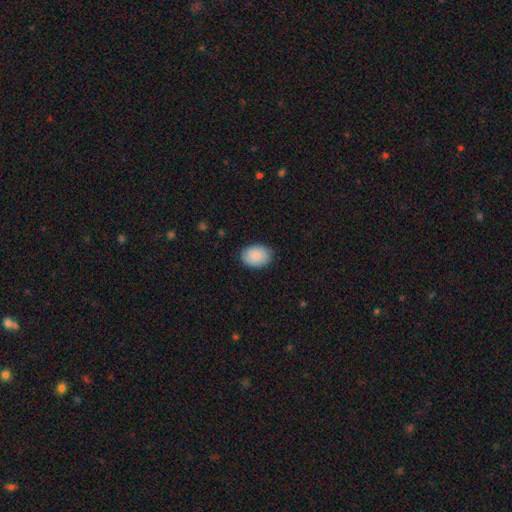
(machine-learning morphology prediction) Smooth or featured: smooth — 89% (star or artifact — 6%)
How rounded: in between — 75% (round — 24%)
Merging: none — 87% (minor disturbance — 9%)